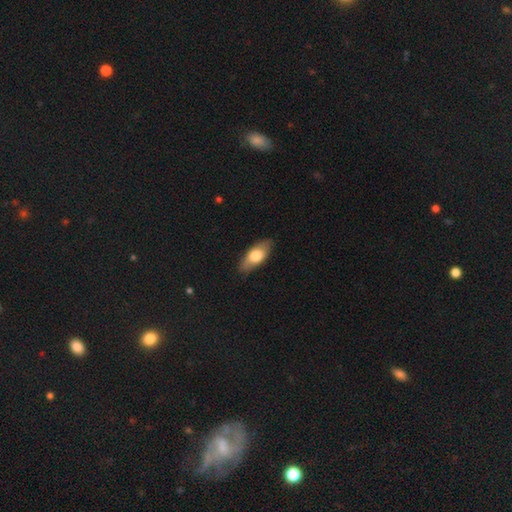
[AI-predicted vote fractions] Smooth or featured? Predicted: smooth (p=0.69). How rounded? Predicted: in between (p=0.81). Merging? Predicted: none (p=0.85).